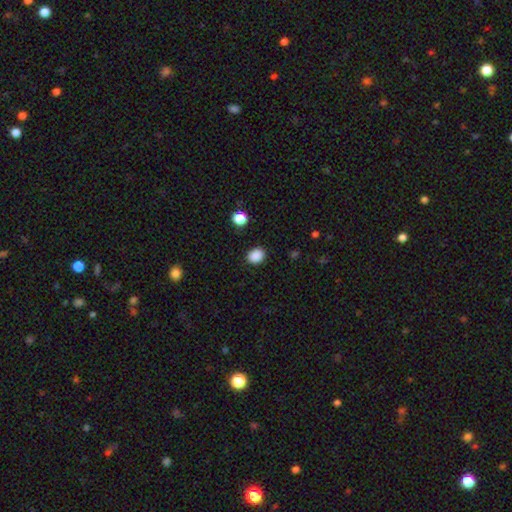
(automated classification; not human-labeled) smooth 87%, star or artifact 10%, featured or disk 3%. Down the decision tree: how rounded — round (60%); merging — none (88%).